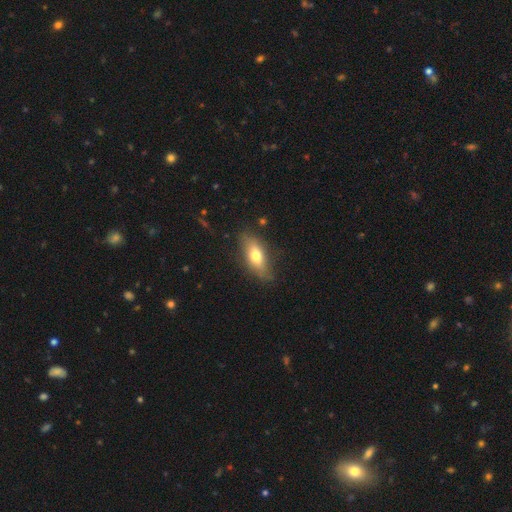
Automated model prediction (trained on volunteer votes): Q: Smooth or featured?
A: smooth (65%); runner-up: featured or disk (27%)
Q: How rounded?
A: in between (73%); runner-up: cigar-shaped (23%)
Q: Merging?
A: none (78%); runner-up: minor disturbance (16%)